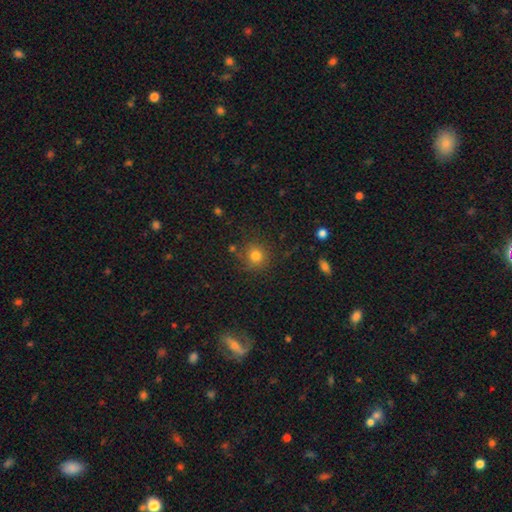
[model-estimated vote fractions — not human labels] Smooth or featured? smooth (79%)
How rounded? round (91%)
Merging? none (81%)